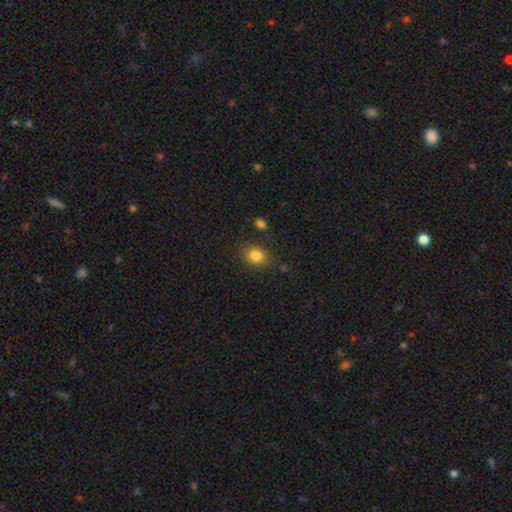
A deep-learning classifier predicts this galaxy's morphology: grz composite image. It shows a smooth galaxy with no disk features (83%) that is round (51%). Merging: none (81%).